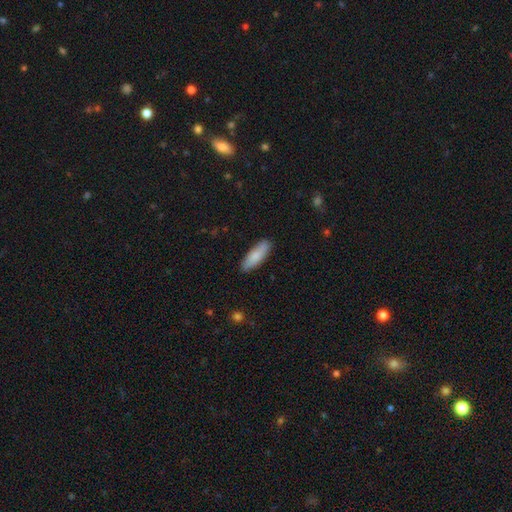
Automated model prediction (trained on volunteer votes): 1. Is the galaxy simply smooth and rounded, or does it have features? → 83% smooth, 12% featured or disk, 5% star or artifact.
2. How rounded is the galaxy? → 55% in between, 44% cigar-shaped, 2% round.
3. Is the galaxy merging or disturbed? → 86% none, 11% minor disturbance, 2% major disturbance, 1% merger.